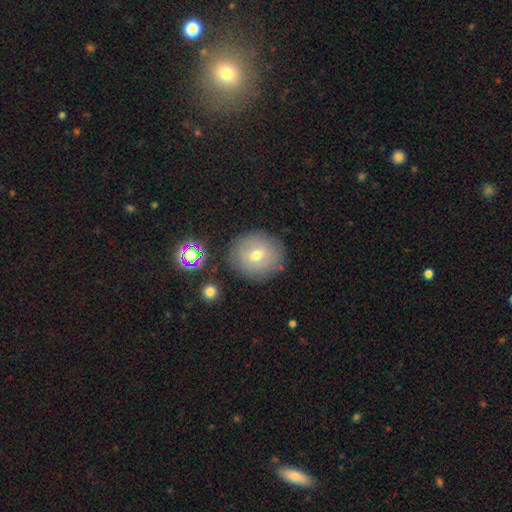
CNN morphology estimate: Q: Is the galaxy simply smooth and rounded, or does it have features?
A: smooth — 60%.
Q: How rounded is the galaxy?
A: round — 87%.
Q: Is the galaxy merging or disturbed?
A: none — 83%.